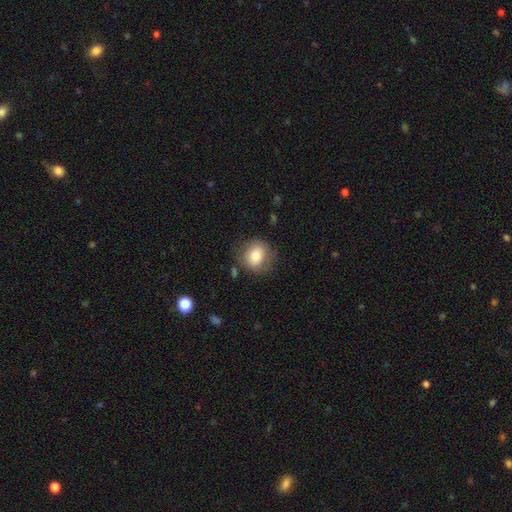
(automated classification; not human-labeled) A smooth galaxy with no disk features (75%) that is round (71%). Merging: none (76%).